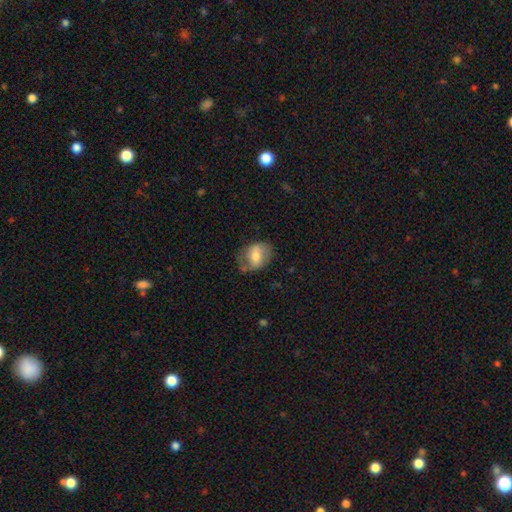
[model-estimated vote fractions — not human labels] A smooth galaxy with no disk features (55%) that is in between round and cigar-shaped (68%). Merging: none (59%).